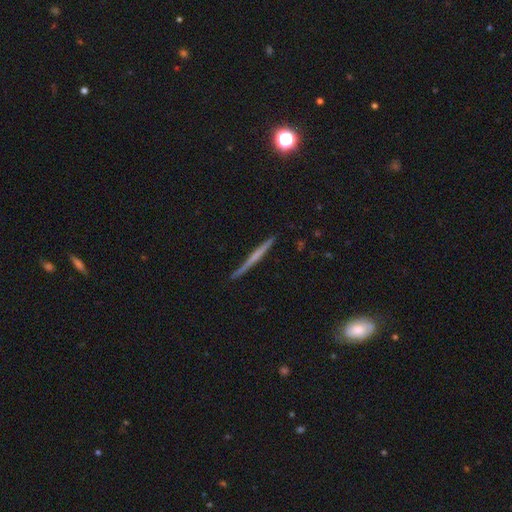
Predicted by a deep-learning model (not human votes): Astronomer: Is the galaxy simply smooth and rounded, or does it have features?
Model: featured or disk — 56% (runner-up: smooth, 37%).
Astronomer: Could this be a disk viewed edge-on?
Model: yes — 97%.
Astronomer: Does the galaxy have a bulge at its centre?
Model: none — 74%.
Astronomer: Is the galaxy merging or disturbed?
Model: none — 86%.